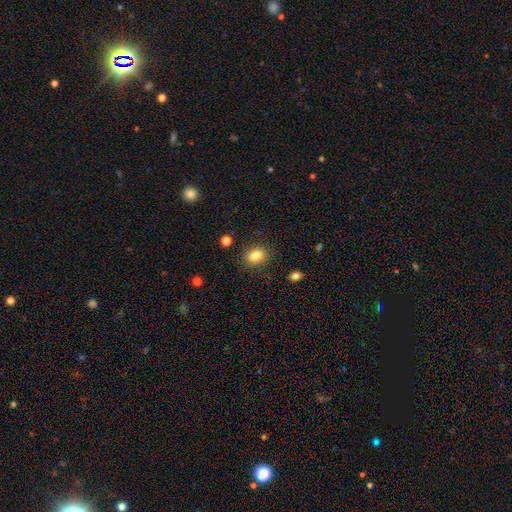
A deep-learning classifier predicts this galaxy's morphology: A smooth galaxy with no disk features (84%) that is in between round and cigar-shaped (69%). Merging: none (86%).